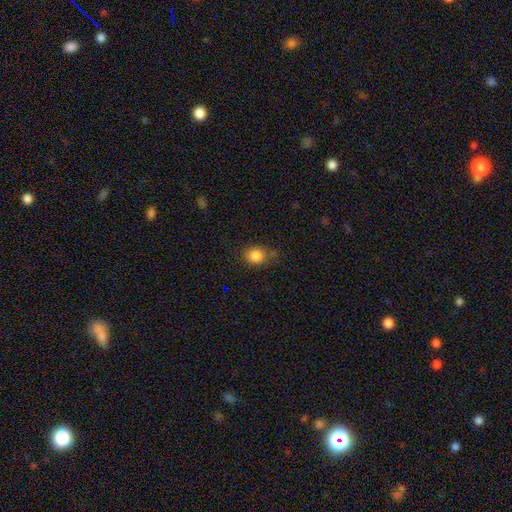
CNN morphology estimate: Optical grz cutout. It shows a smooth galaxy with no disk features (85%) that is round (73%). Merging: none (75%).